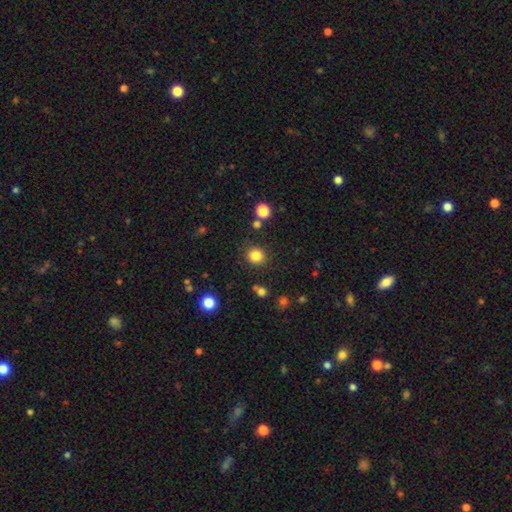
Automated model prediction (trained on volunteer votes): A smooth galaxy with no disk features (83%) that is round (87%). Merging: none (86%).